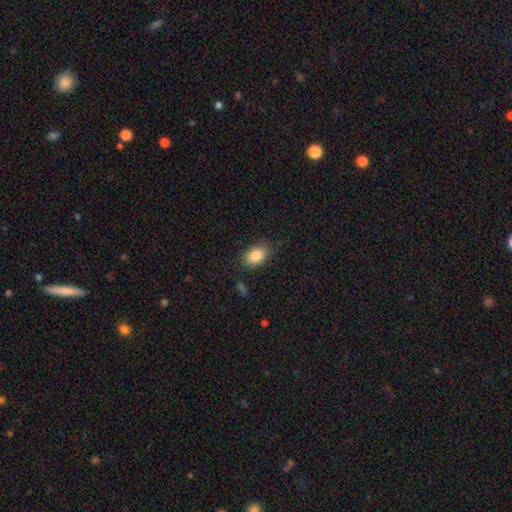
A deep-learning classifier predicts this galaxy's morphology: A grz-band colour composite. It shows a smooth galaxy with no disk features (87%) that is in between round and cigar-shaped (84%). Merging: none (82%).